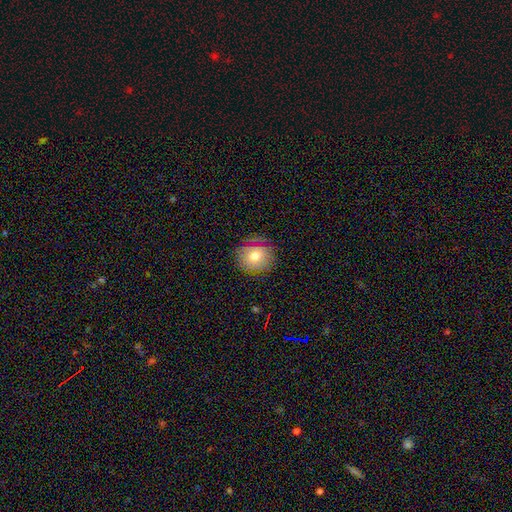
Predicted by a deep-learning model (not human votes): Smooth or featured?
  - smooth: 70% *
  - featured or disk: 18%
  - star or artifact: 13%
How rounded?
  - round: 85% *
  - in between: 14%
  - cigar-shaped: 1%
Merging?
  - none: 82% *
  - minor disturbance: 13%
  - major disturbance: 4%
  - merger: 1%